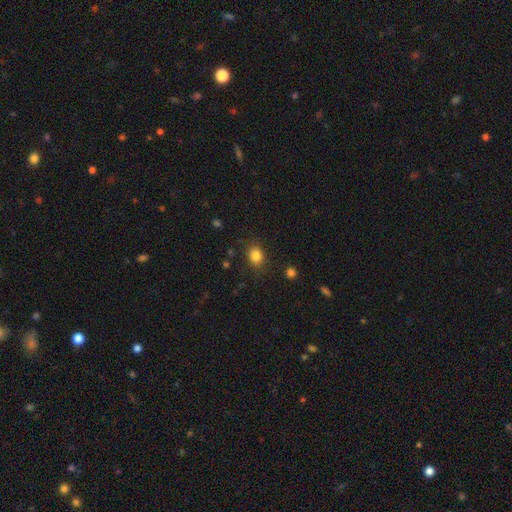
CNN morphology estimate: Overall: smooth (83%). How rounded: round (53%; in between 46%). Merging: none (83%).